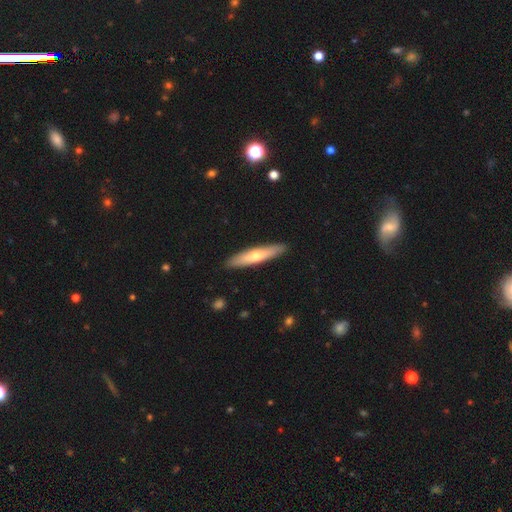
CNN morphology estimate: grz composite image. It shows a smooth galaxy with no disk features (53%) that is cigar-shaped (84%). Merging: none (91%).